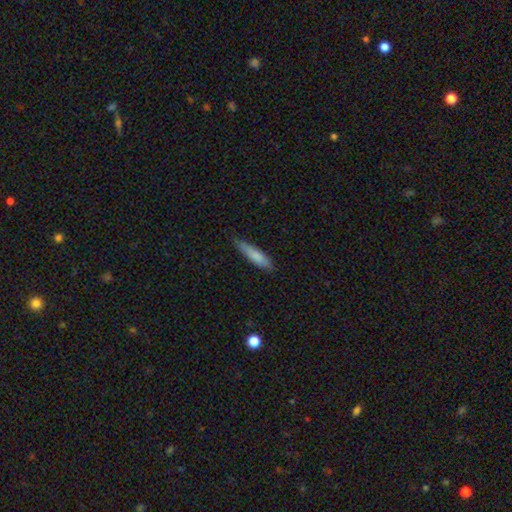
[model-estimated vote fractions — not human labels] Smooth or featured: smooth — 79% (featured or disk — 16%)
How rounded: cigar-shaped — 76% (in between — 23%)
Merging: none — 73% (minor disturbance — 22%)